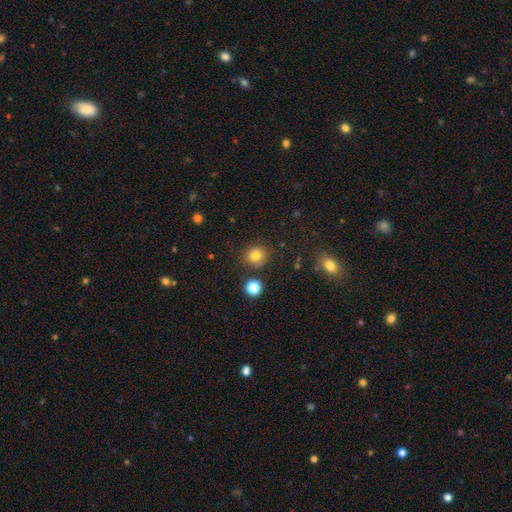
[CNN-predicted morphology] type=smooth (80%); roundness=round (87%); merging=none (83%).